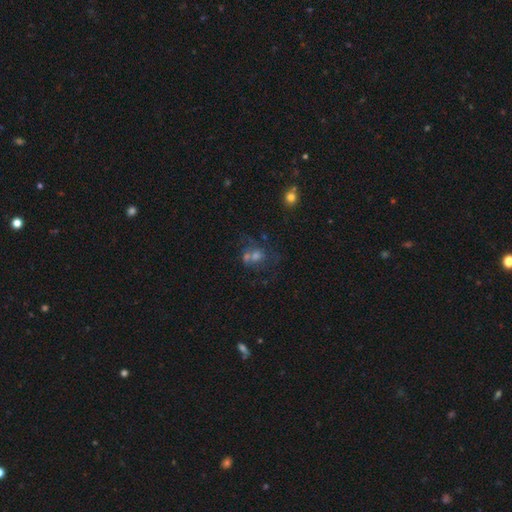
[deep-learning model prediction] This appears to be a smooth galaxy with no disk features (43%). Merging: merger (41%).